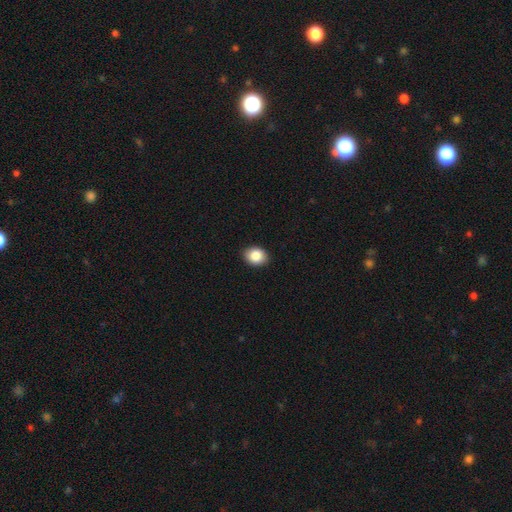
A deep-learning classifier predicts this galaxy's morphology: This is clearly a smooth galaxy (88%). How rounded: likely in between (63%). Merging: clearly none (89%).